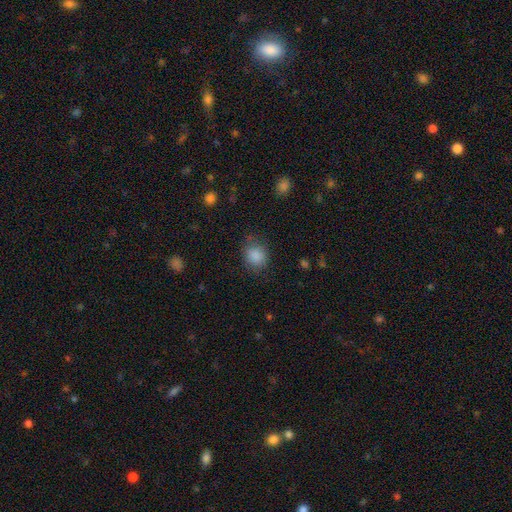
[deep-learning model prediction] smooth_or_featured: smooth (p=0.87) [alt: star or artifact p=0.09]
how_rounded: round (p=0.69) [alt: in between p=0.30]
merging: none (p=0.76) [alt: minor disturbance p=0.17]